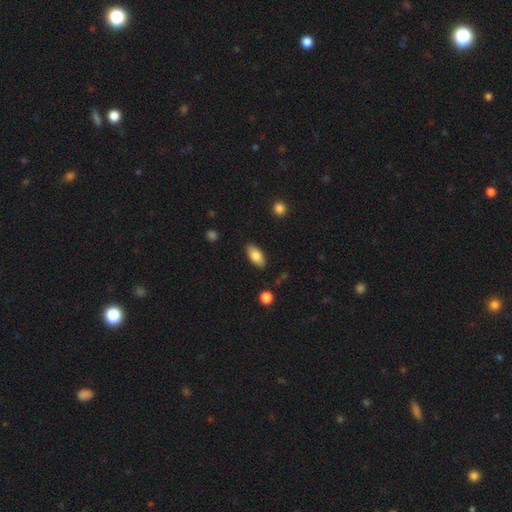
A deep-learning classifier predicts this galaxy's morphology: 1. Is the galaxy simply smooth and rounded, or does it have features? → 80% smooth, 14% featured or disk, 7% star or artifact.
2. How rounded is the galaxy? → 89% in between, 8% cigar-shaped, 3% round.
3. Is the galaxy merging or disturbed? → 86% none, 10% minor disturbance, 2% major disturbance, 2% merger.